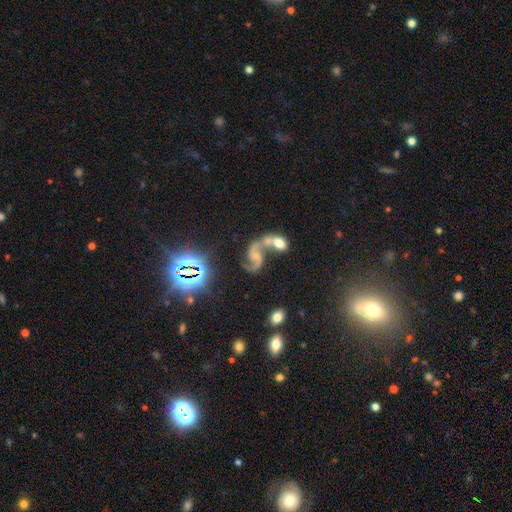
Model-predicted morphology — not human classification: A featured or disk galaxy (78%) with no bar (56%), 2 (90%) loose (67%) spiral arms (92%) and a small central bulge (47%).

Vote fractions:
- Smooth or featured? featured or disk: 78% / star or artifact: 11% / smooth: 11%
- Edge-on disk? no: 97% / yes: 3%
- Bar? no: 56% / weak: 34% / strong: 10%
- Spiral arms? yes: 92% / no: 8%
- Spiral winding? loose: 67% / medium: 28% / tight: 6%
- Spiral arm count? 2: 90% / 1: 5% / can't tell: 3% / 3: 1% / 4: 1% / more than 4: 1%
- Bulge size? small: 47% / moderate: 30% / none: 16% / large: 5% / dominant: 2%
- Merging? merger: 60% / none: 23% / minor disturbance: 9% / major disturbance: 8%